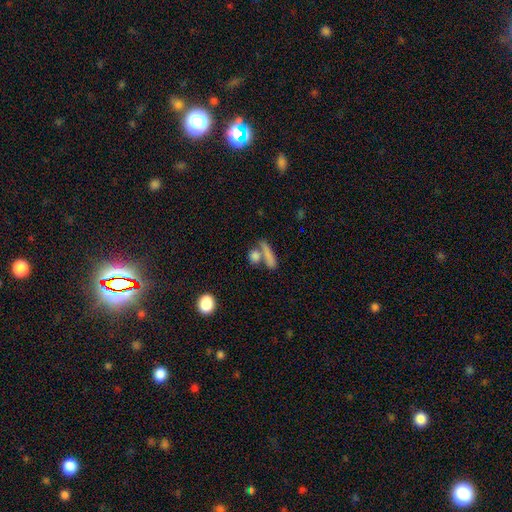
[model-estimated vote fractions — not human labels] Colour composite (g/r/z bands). It shows a smooth galaxy with no disk features (77%) that is in between round and cigar-shaped (36%). Merging: none (53%).